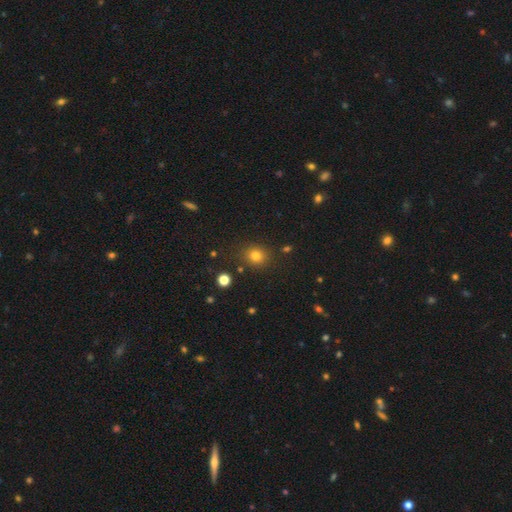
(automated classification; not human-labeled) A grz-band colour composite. It shows a smooth galaxy with no disk features (80%) that is round (79%). Merging: none (83%).